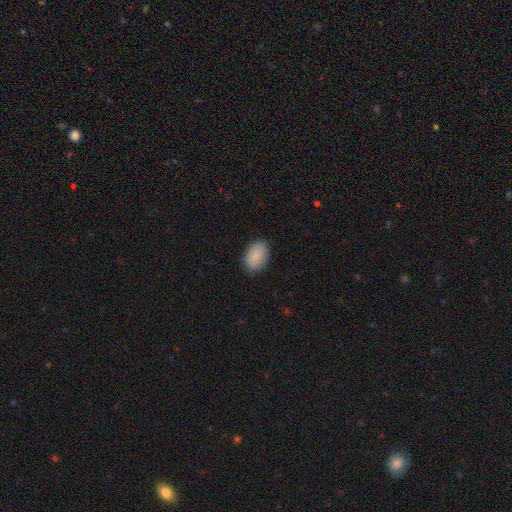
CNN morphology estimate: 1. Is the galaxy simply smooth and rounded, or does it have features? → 88% smooth, 7% star or artifact, 5% featured or disk.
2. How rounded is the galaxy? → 86% in between, 12% round, 1% cigar-shaped.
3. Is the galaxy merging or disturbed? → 86% none, 10% minor disturbance, 2% major disturbance, 1% merger.